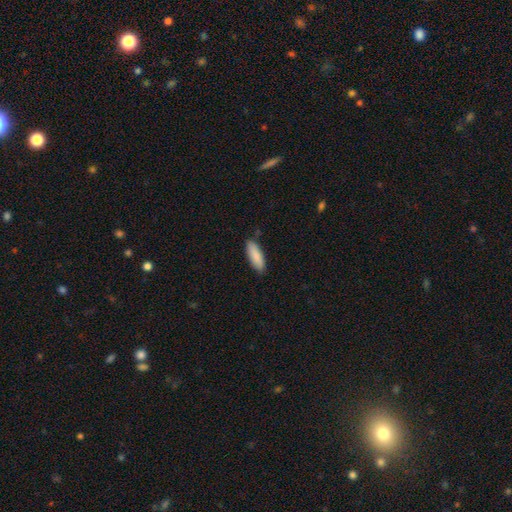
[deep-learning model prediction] A smooth galaxy with no disk features (88%) that is in between round and cigar-shaped (57%). Merging: none (83%).